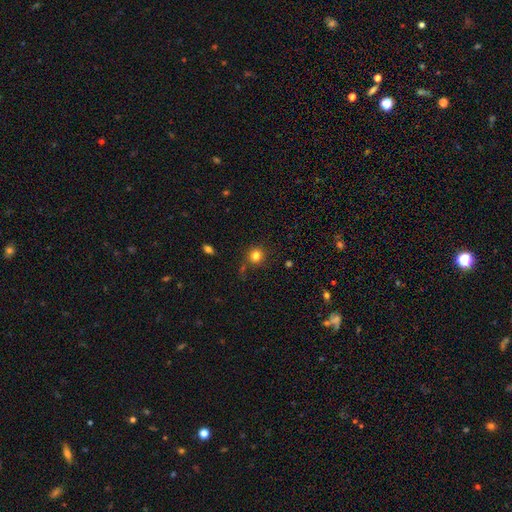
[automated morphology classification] Smooth or featured: smooth — 81% (star or artifact — 12%)
How rounded: round — 91% (in between — 8%)
Merging: none — 78% (minor disturbance — 12%)